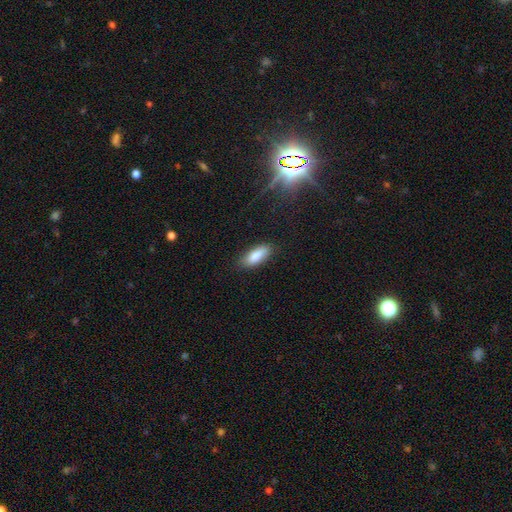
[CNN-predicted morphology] This appears to be a smooth galaxy with no disk features (84%) that is in between round and cigar-shaped (77%). Merging: none (82%).